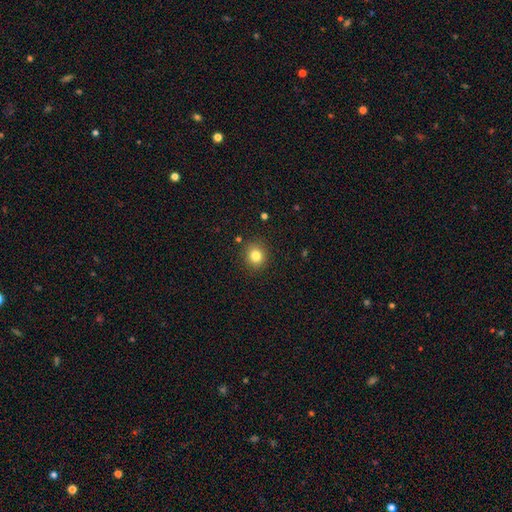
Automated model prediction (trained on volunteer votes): Overall: smooth (82%). How rounded: round (84%). Merging: none (89%).